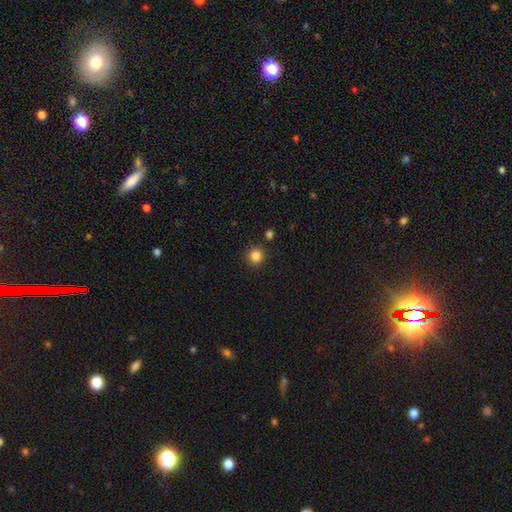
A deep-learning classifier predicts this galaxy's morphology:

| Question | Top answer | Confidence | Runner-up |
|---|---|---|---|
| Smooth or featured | smooth | 85% | star or artifact (12%) |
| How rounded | round | 93% | in between (6%) |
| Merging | none | 89% | minor disturbance (6%) |